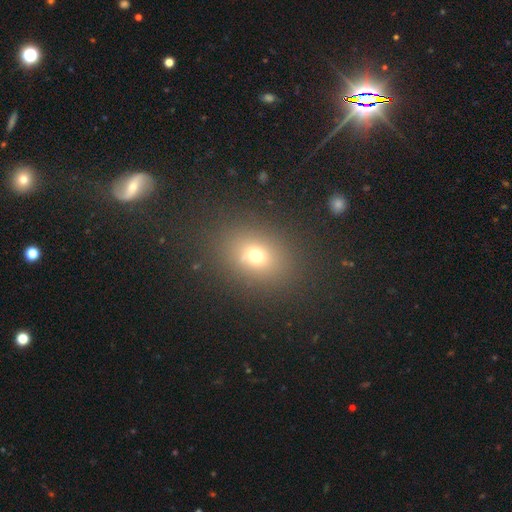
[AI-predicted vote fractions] smooth_or_featured: smooth (p=0.69) [alt: star or artifact p=0.19]
how_rounded: in between (p=0.50) [alt: round p=0.48]
merging: none (p=0.84) [alt: minor disturbance p=0.09]